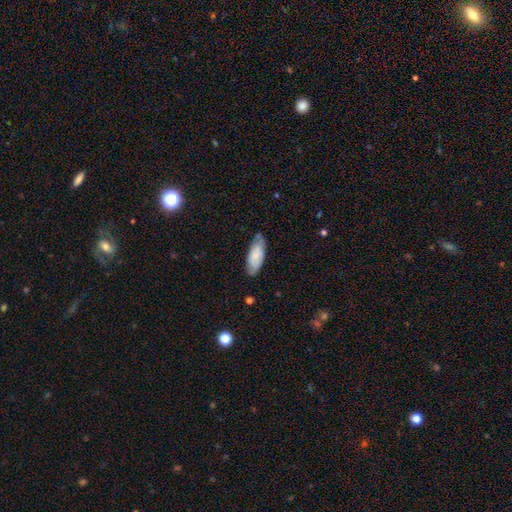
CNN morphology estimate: This appears to be a smooth galaxy with no disk features (70%) that is in between round and cigar-shaped (79%). Merging: none (66%).